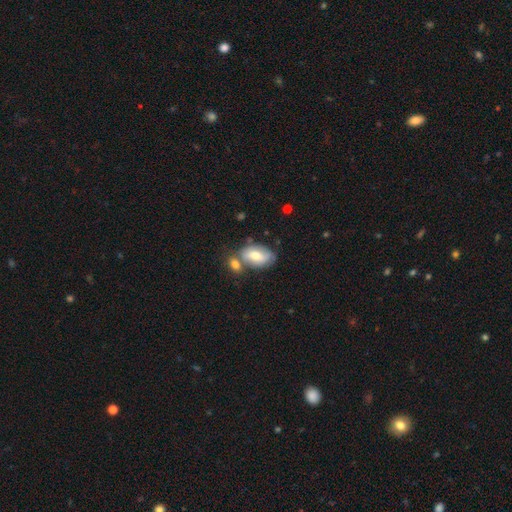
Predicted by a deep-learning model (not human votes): Q: Smooth or featured?
A: smooth (62%); runner-up: featured or disk (31%)
Q: How rounded?
A: in between (90%); runner-up: round (7%)
Q: Merging?
A: none (47%); runner-up: merger (32%)